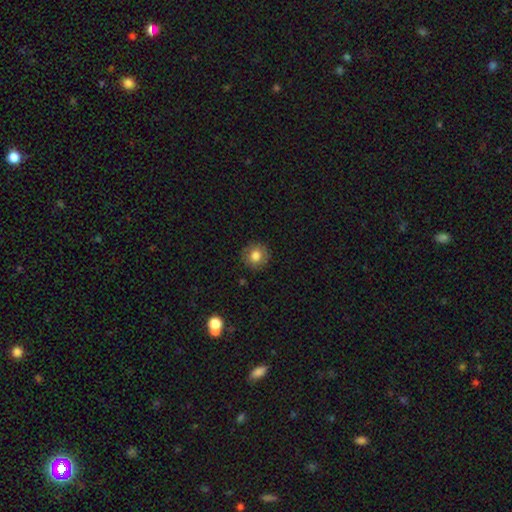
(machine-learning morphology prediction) This appears to be a smooth galaxy with no disk features (80%) that is round (92%). Merging: none (89%).